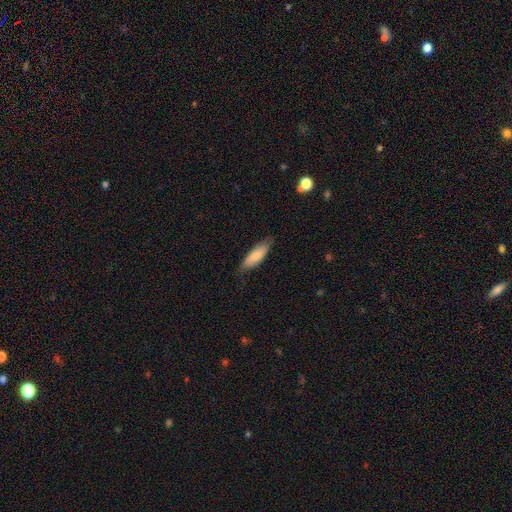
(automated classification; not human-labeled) Q: Smooth or featured?
A: smooth (81%); runner-up: featured or disk (13%)
Q: How rounded?
A: in between (55%); runner-up: cigar-shaped (43%)
Q: Merging?
A: none (76%); runner-up: minor disturbance (19%)